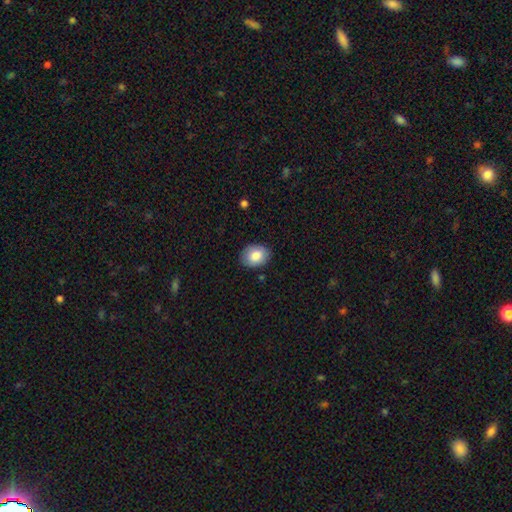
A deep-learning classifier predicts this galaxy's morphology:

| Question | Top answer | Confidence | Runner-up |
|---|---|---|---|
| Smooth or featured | smooth | 84% | featured or disk (9%) |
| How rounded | in between | 66% | round (33%) |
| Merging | none | 85% | minor disturbance (11%) |